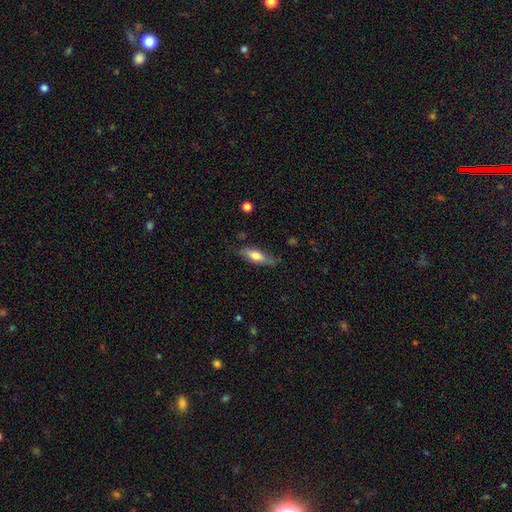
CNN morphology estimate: Q: Smooth or featured?
A: smooth (67%); runner-up: featured or disk (27%)
Q: How rounded?
A: in between (53%); runner-up: cigar-shaped (45%)
Q: Merging?
A: none (71%); runner-up: minor disturbance (22%)